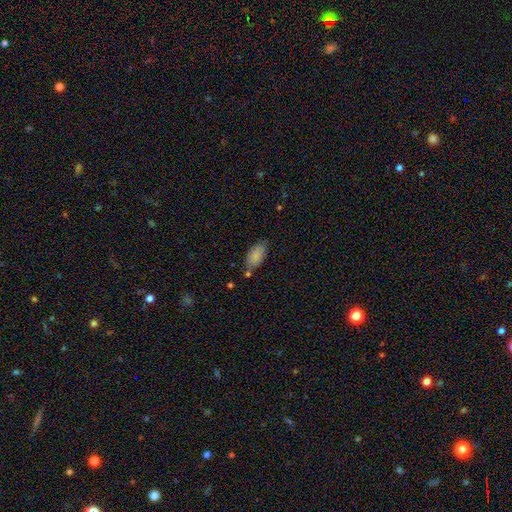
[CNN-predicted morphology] smooth 84%, featured or disk 9%, star or artifact 7%. Down the decision tree: how rounded — in between (93%); merging — none (65%).